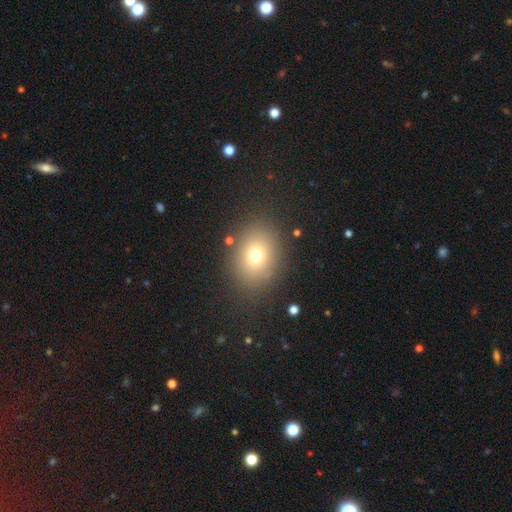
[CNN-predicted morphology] Smooth or featured?
  - smooth: 72% *
  - star or artifact: 16%
  - featured or disk: 13%
How rounded?
  - in between: 50% *
  - round: 49%
  - cigar-shaped: 1%
Merging?
  - none: 83% *
  - minor disturbance: 10%
  - major disturbance: 5%
  - merger: 2%